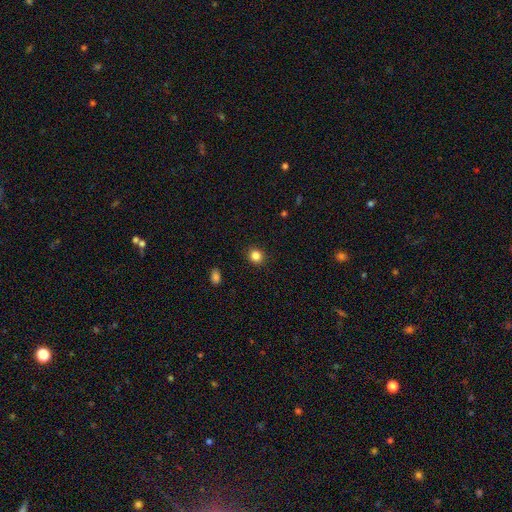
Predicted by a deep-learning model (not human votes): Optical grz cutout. It shows a smooth galaxy with no disk features (84%) that is round (85%). Merging: none (91%).